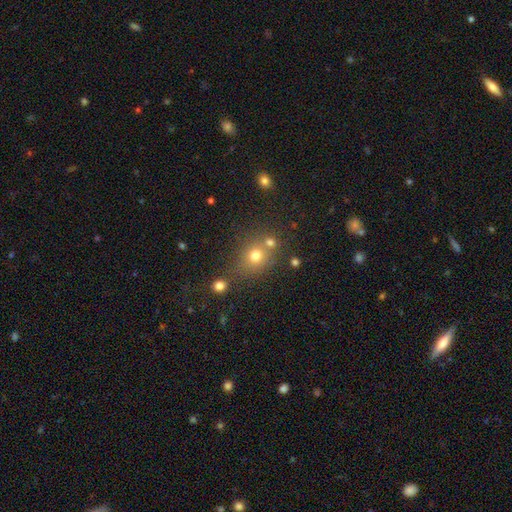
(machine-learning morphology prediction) smooth 71%, star or artifact 18%, featured or disk 11%. Down the decision tree: how rounded — round (72%); merging — none (63%).